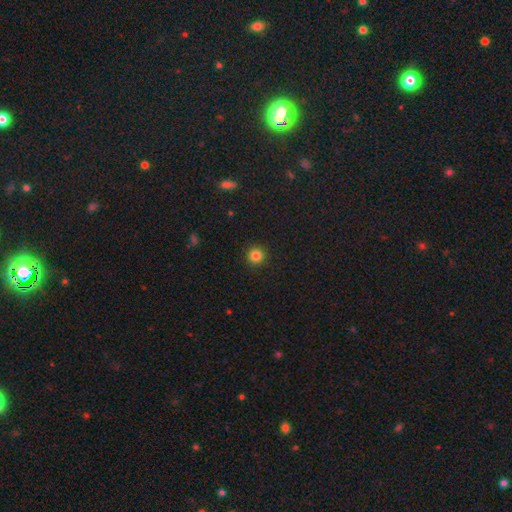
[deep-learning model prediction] Smooth or featured? smooth (84%)
How rounded? round (95%)
Merging? none (92%)